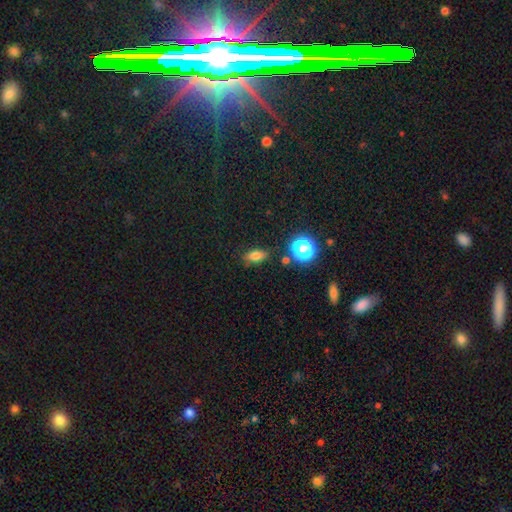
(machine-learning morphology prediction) A smooth galaxy with no disk features (76%) that is in between round and cigar-shaped (77%).

Vote fractions:
- Smooth or featured? smooth: 76% / star or artifact: 16% / featured or disk: 8%
- How rounded? in between: 77% / round: 15% / cigar-shaped: 8%
- Merging? none: 81% / minor disturbance: 12% / merger: 4% / major disturbance: 3%